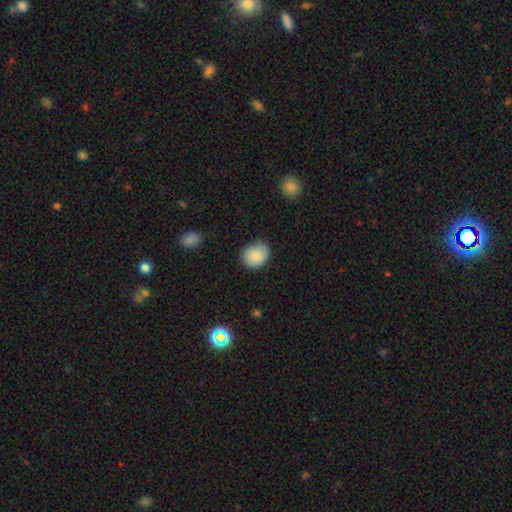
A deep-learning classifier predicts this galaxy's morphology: smooth_or_featured: smooth (p=0.85) [alt: star or artifact p=0.08]
how_rounded: round (p=0.66) [alt: in between p=0.33]
merging: none (p=0.78) [alt: minor disturbance p=0.18]